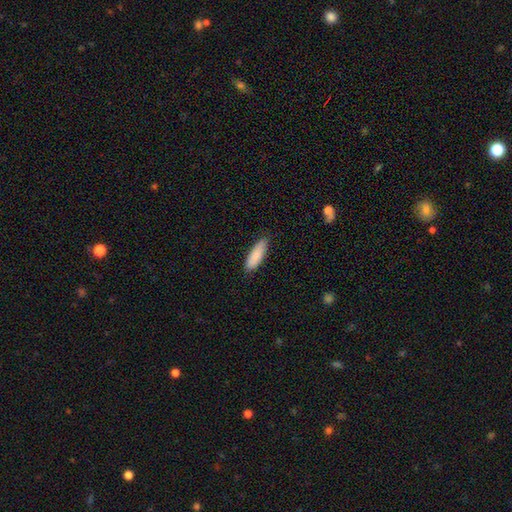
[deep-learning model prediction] A smooth galaxy with no disk features (87%) that is in between round and cigar-shaped (52%).

Vote fractions:
- Smooth or featured? smooth: 87% / featured or disk: 7% / star or artifact: 6%
- How rounded? in between: 52% / cigar-shaped: 46% / round: 2%
- Merging? none: 85% / minor disturbance: 12% / major disturbance: 2% / merger: 1%